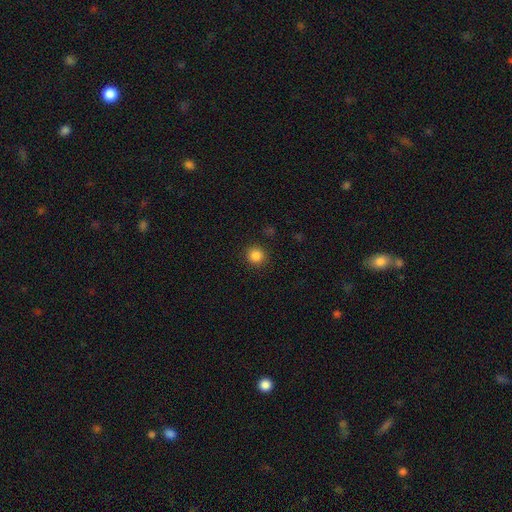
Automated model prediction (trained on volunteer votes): Smooth or featured?
  - smooth: 86% *
  - star or artifact: 11%
  - featured or disk: 3%
How rounded?
  - round: 94% *
  - in between: 5%
  - cigar-shaped: 1%
Merging?
  - none: 91% *
  - minor disturbance: 6%
  - major disturbance: 2%
  - merger: 1%